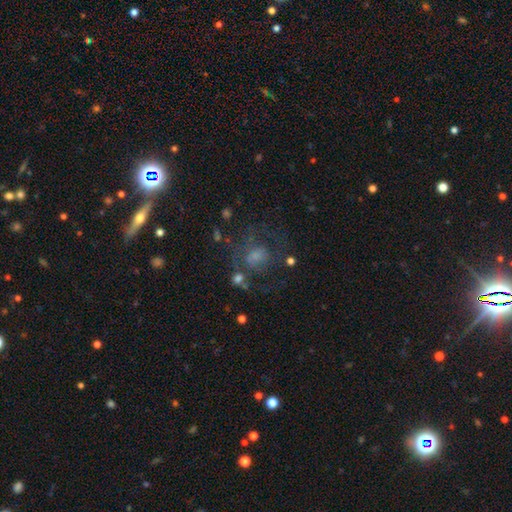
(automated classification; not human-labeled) Smooth or featured?
  - smooth: 45% *
  - featured or disk: 38%
  - star or artifact: 17%
Merging?
  - none: 47% *
  - major disturbance: 26%
  - minor disturbance: 19%
  - merger: 7%